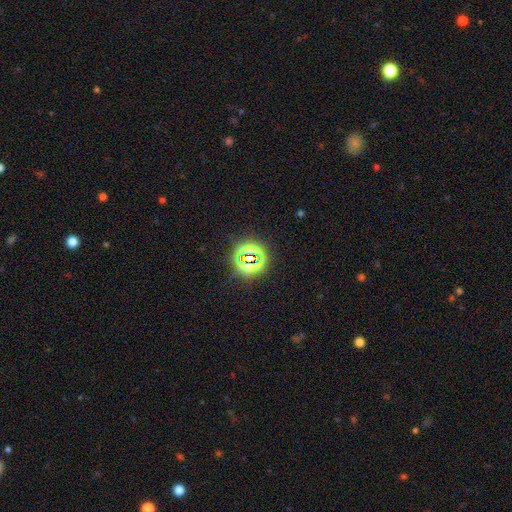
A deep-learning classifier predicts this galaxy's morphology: smooth-or-featured: star or artifact: 74% | smooth: 17% | featured or disk: 8%